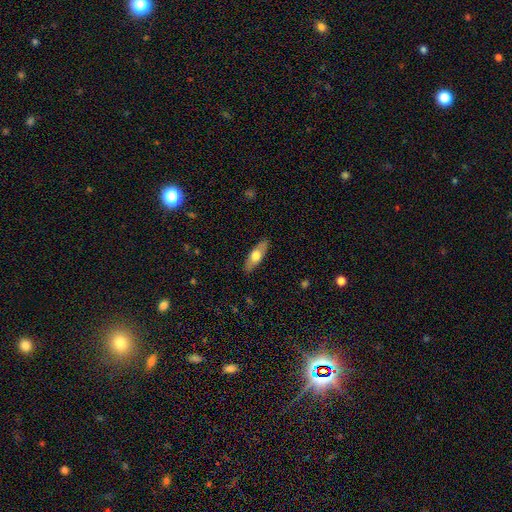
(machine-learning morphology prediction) Smooth or featured? Predicted: smooth (p=0.59). How rounded? Predicted: in between (p=0.59). Merging? Predicted: none (p=0.88).